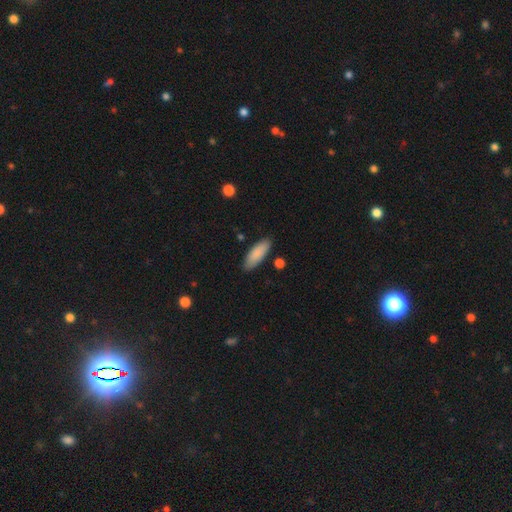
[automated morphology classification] smooth_or_featured: smooth (p=0.88) [alt: featured or disk p=0.06]
how_rounded: in between (p=0.67) [alt: cigar-shaped p=0.32]
merging: none (p=0.86) [alt: minor disturbance p=0.10]